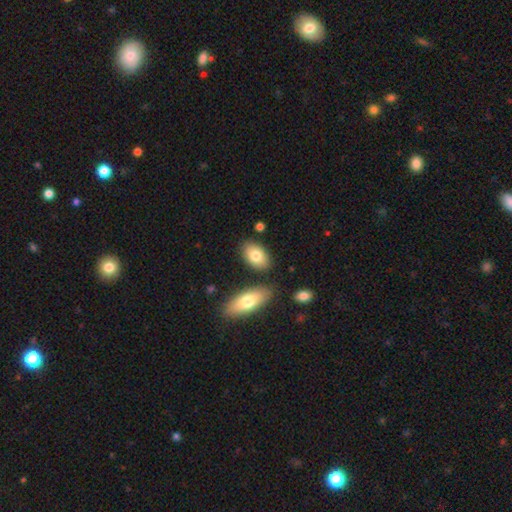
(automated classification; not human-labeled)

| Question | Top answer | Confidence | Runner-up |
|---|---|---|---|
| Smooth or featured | smooth | 79% | featured or disk (14%) |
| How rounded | in between | 92% | round (6%) |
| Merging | none | 79% | minor disturbance (11%) |